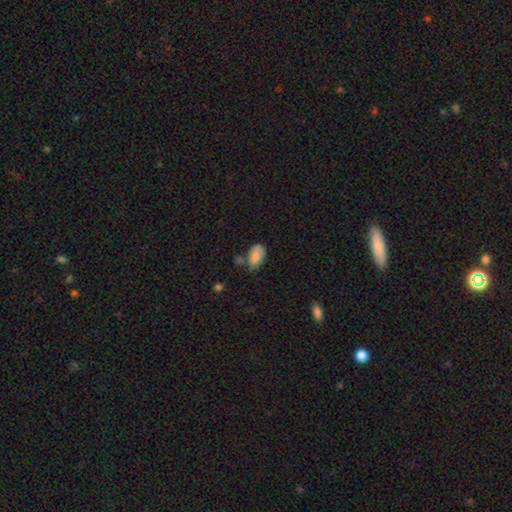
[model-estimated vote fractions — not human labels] Morphology: type=smooth (85%); roundness=in between (92%); merging=none (46%).